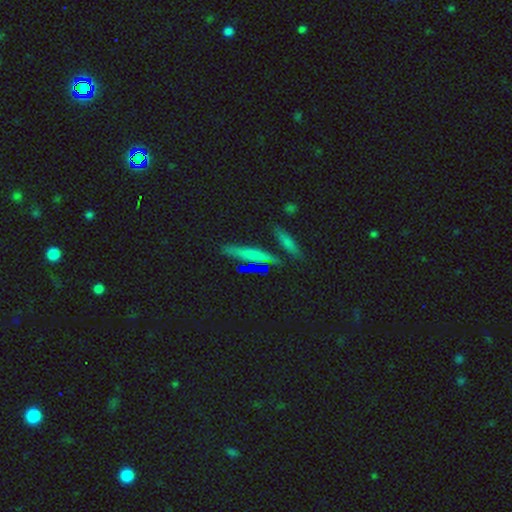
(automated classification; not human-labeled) A smooth galaxy with no disk features (49%).

Vote fractions:
- Smooth or featured? smooth: 49% / star or artifact: 33% / featured or disk: 18%
- Merging? none: 84% / minor disturbance: 8% / merger: 5% / major disturbance: 3%